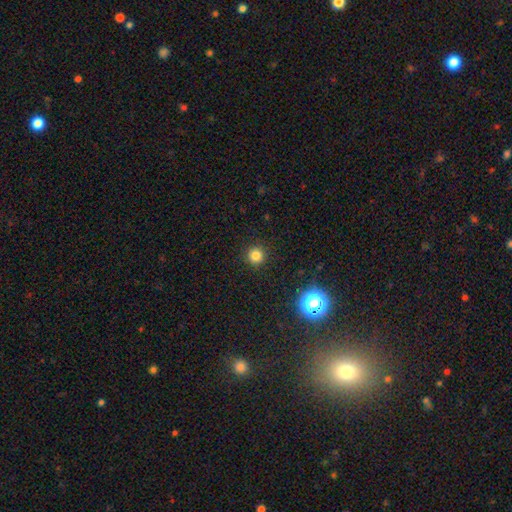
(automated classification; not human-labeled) The model was most divided on "smooth or featured": smooth: 80%, star or artifact: 15%, featured or disk: 5%. More confident: how rounded — round (95%); merging — none (92%).